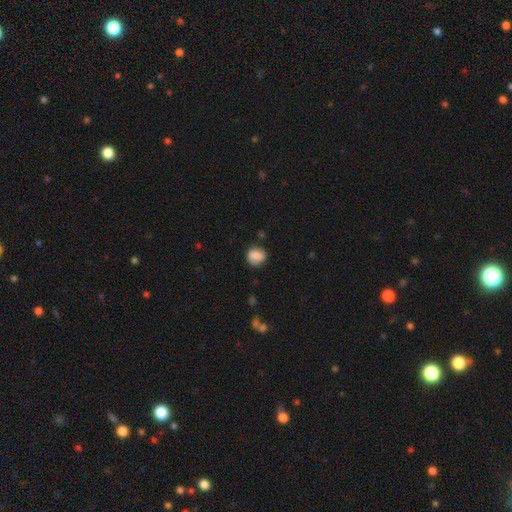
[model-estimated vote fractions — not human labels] Q: Smooth or featured?
A: smooth (77%); runner-up: featured or disk (15%)
Q: How rounded?
A: round (73%); runner-up: in between (25%)
Q: Merging?
A: none (73%); runner-up: minor disturbance (19%)